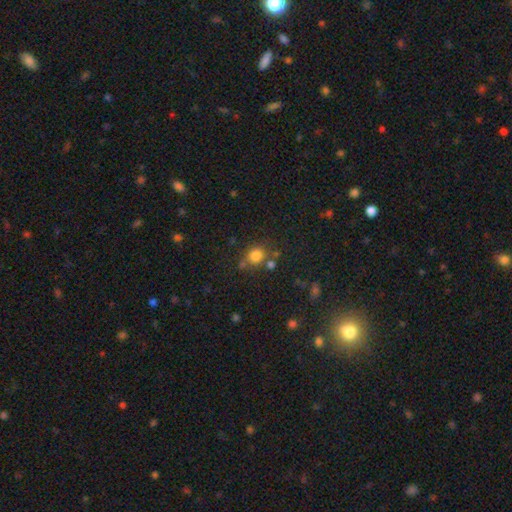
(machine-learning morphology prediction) A smooth galaxy with no disk features (80%) that is round (80%). Merging: none (67%).